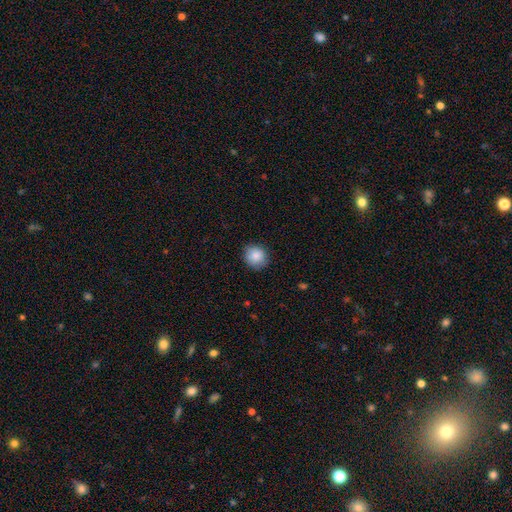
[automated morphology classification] This is clearly a smooth galaxy (87%). How rounded: clearly round (87%). Merging: clearly none (86%).